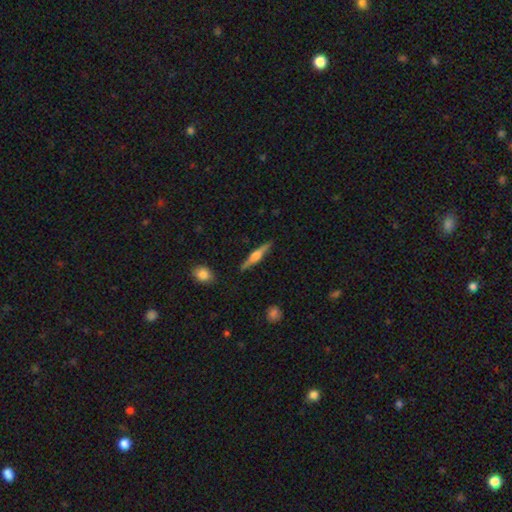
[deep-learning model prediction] The model was most divided on "smooth or featured": featured or disk: 67%, smooth: 27%, star or artifact: 6%. More confident: edge-on disk — yes (97%); merging — none (88%); edge-on bulge — rounded (78%).